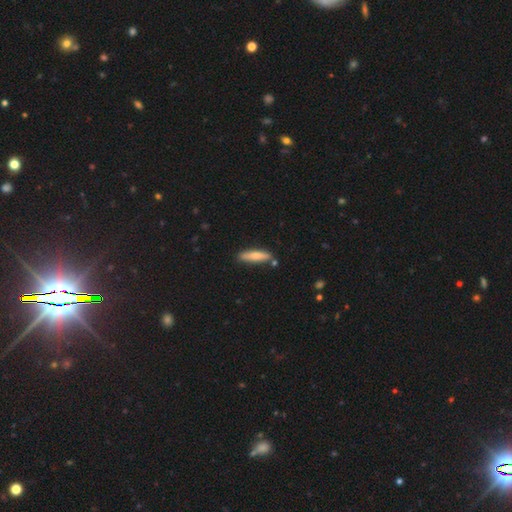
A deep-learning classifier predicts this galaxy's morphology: smooth 71%, featured or disk 24%, star or artifact 6%. Down the decision tree: how rounded — cigar-shaped (75%); merging — none (81%).